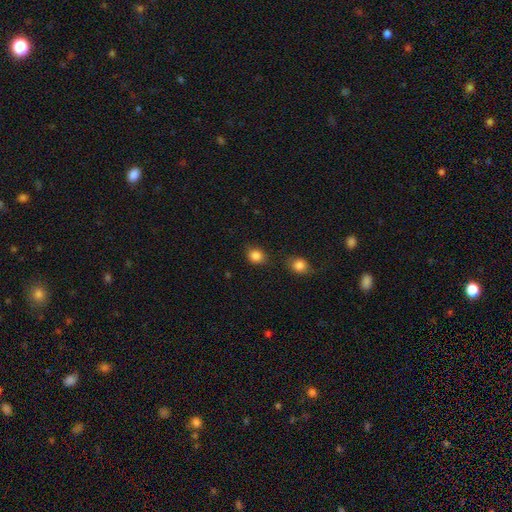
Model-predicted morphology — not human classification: type=smooth (85%); roundness=round (68%); merging=none (77%).